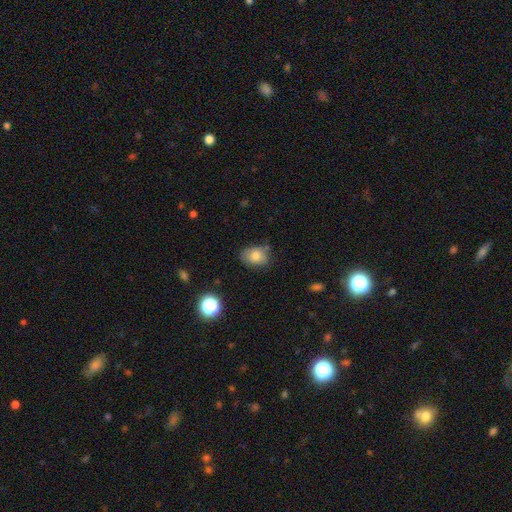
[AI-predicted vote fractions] The model was most divided on "how rounded": in between: 66%, round: 33%, cigar-shaped: 1%. More confident: smooth or featured — smooth (77%); merging — none (66%).